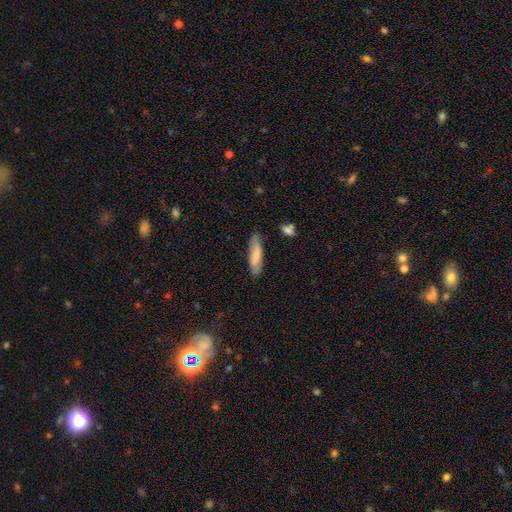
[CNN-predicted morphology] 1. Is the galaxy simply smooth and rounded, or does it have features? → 73% smooth, 21% featured or disk, 6% star or artifact.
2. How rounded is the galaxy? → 61% cigar-shaped, 37% in between, 2% round.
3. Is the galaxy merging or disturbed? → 80% none, 15% minor disturbance, 3% major disturbance, 2% merger.